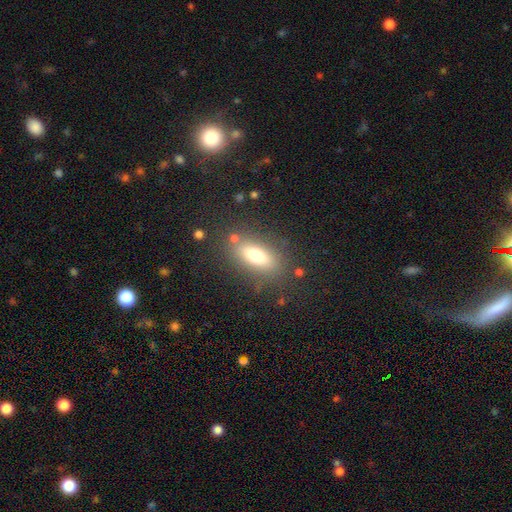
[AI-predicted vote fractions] smooth_or_featured: smooth (p=0.70) [alt: featured or disk p=0.20]
how_rounded: in between (p=0.78) [alt: cigar-shaped p=0.14]
merging: none (p=0.78) [alt: minor disturbance p=0.12]